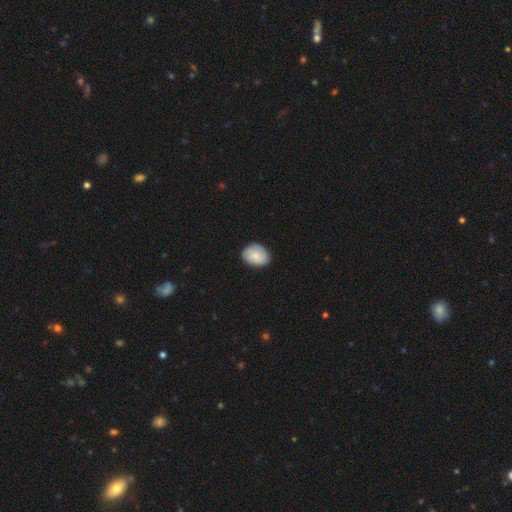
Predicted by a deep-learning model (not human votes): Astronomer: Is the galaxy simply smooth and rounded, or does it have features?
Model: smooth — 79%.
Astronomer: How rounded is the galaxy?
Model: in between — 67%.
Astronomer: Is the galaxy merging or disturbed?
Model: none — 80%.